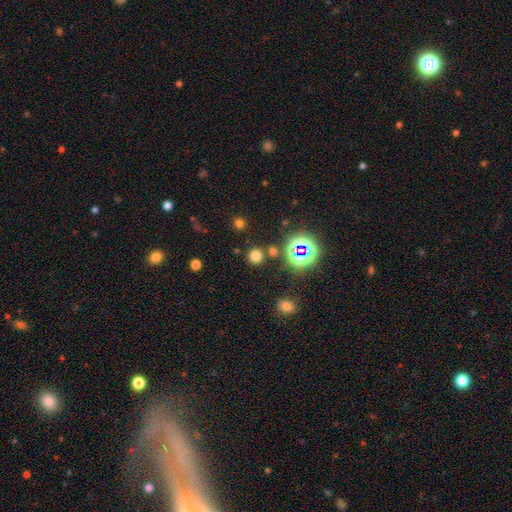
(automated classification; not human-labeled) Q: Smooth or featured?
A: smooth (68%); runner-up: star or artifact (26%)
Q: How rounded?
A: round (89%); runner-up: in between (10%)
Q: Merging?
A: none (83%); runner-up: minor disturbance (7%)